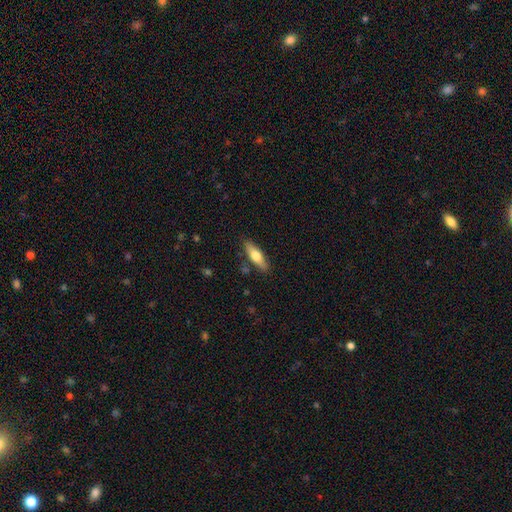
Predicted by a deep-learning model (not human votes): This appears to be a smooth galaxy with no disk features (61%) that is cigar-shaped (53%). Merging: none (84%).